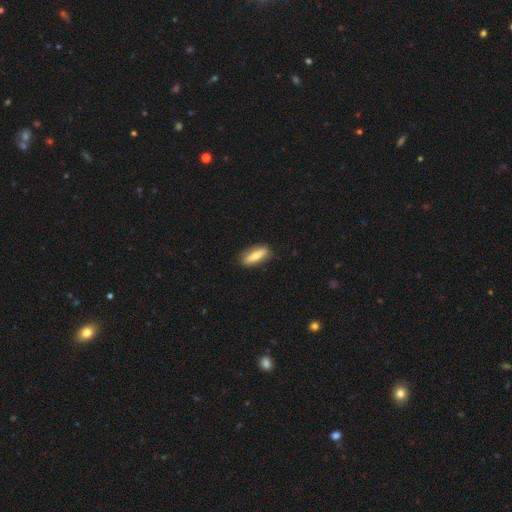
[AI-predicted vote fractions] Smooth or featured? smooth (63%)
How rounded? in between (49%, tied with cigar-shaped)
Merging? none (86%)